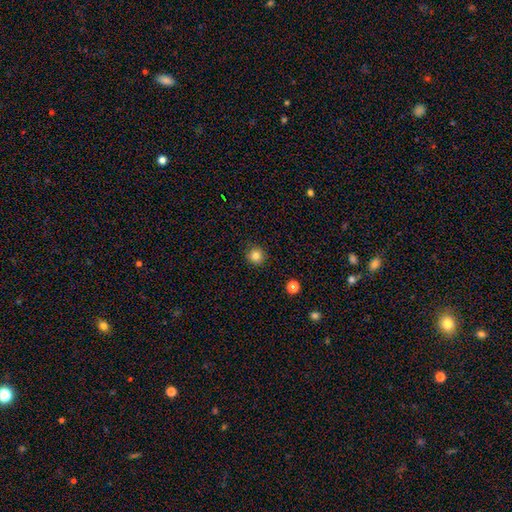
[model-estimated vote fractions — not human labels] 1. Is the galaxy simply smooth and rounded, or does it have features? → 82% smooth, 12% star or artifact, 6% featured or disk.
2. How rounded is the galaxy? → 94% round, 5% in between, 1% cigar-shaped.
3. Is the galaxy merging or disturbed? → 91% none, 6% minor disturbance, 2% major disturbance, 1% merger.